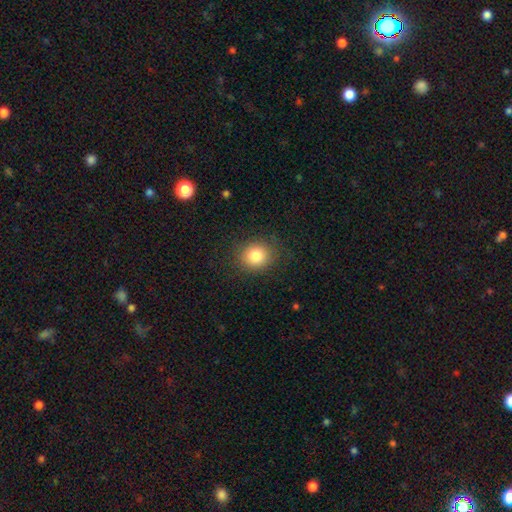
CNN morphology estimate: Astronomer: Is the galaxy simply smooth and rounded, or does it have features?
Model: smooth — 82%.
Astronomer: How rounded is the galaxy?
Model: round — 79%.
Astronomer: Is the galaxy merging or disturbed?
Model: none — 86%.